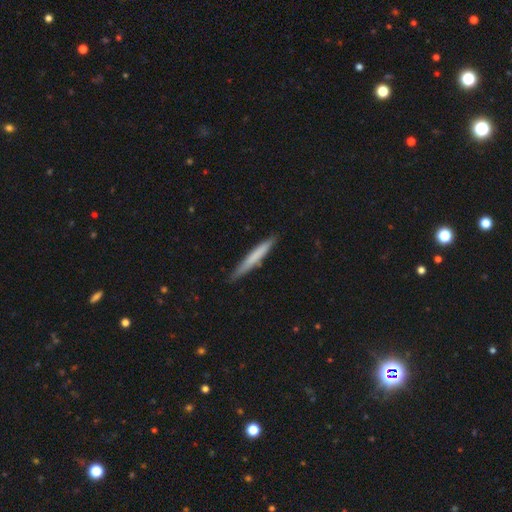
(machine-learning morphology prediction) Q: Smooth or featured?
A: smooth (66%); runner-up: featured or disk (28%)
Q: How rounded?
A: cigar-shaped (96%); runner-up: in between (3%)
Q: Merging?
A: none (88%); runner-up: minor disturbance (10%)